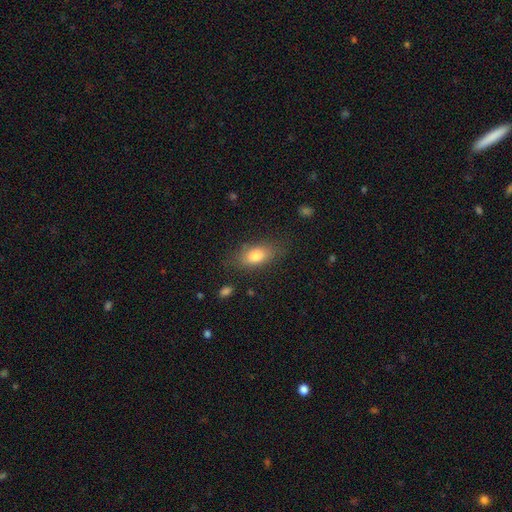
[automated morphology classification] Smooth or featured: smooth — 79% (featured or disk — 13%)
How rounded: in between — 84% (cigar-shaped — 8%)
Merging: none — 77% (minor disturbance — 16%)